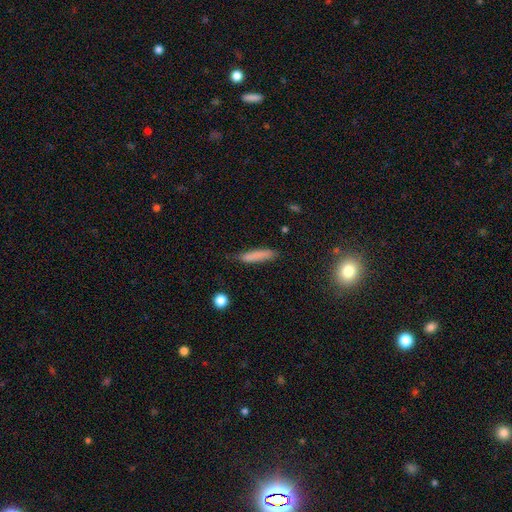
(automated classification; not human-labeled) Q: Smooth or featured?
A: smooth (80%); runner-up: featured or disk (12%)
Q: How rounded?
A: cigar-shaped (86%); runner-up: in between (12%)
Q: Merging?
A: none (75%); runner-up: minor disturbance (20%)